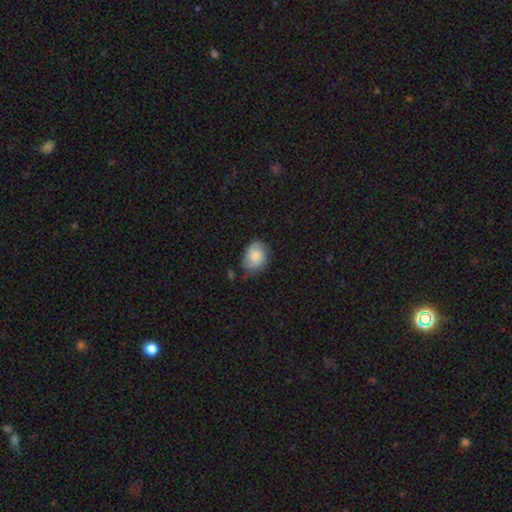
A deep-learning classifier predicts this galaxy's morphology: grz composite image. It shows a smooth galaxy with no disk features (72%) that is in between round and cigar-shaped (62%). Merging: none (60%).